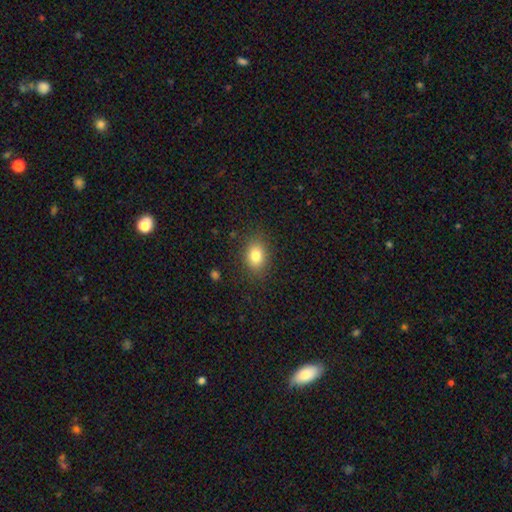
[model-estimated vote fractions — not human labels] Q: Smooth or featured?
A: smooth (81%); runner-up: star or artifact (10%)
Q: How rounded?
A: in between (69%); runner-up: round (30%)
Q: Merging?
A: none (85%); runner-up: minor disturbance (10%)